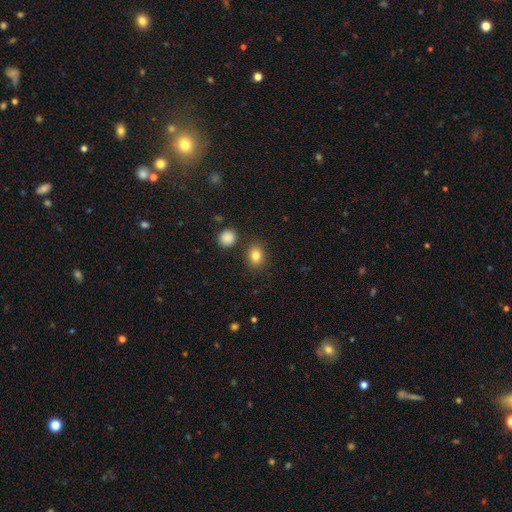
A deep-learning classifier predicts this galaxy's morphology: smooth-or-featured: smooth: 83% | star or artifact: 10% | featured or disk: 7%
  how-rounded: in between: 59% | round: 40% | cigar-shaped: 1%
  merging: none: 81% | minor disturbance: 10% | merger: 6% | major disturbance: 3%